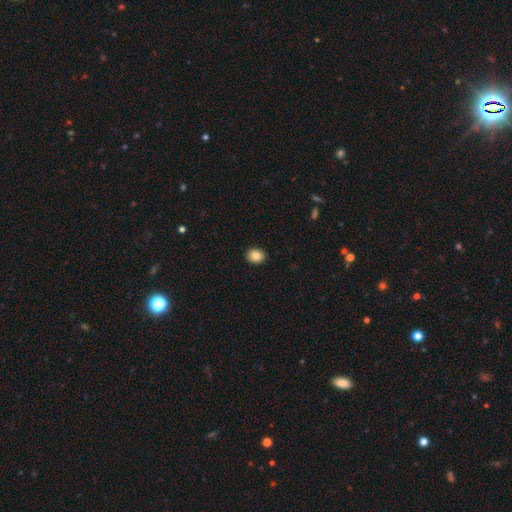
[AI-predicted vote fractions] Morphology: type=smooth (85%); roundness=round (63%); merging=none (92%).